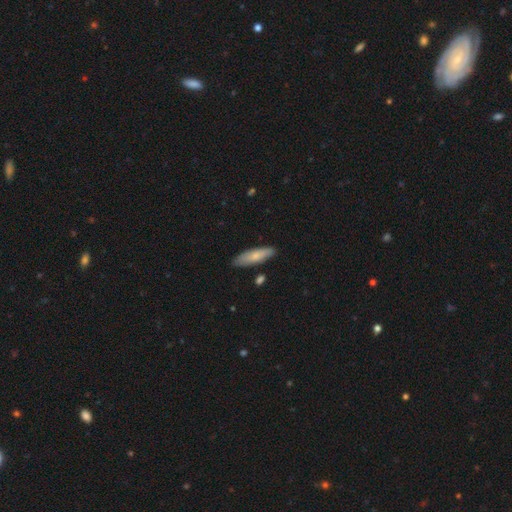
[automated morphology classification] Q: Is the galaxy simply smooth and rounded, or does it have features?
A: smooth — 73%.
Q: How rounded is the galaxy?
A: cigar-shaped — 56%.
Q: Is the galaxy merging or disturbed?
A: none — 82%.